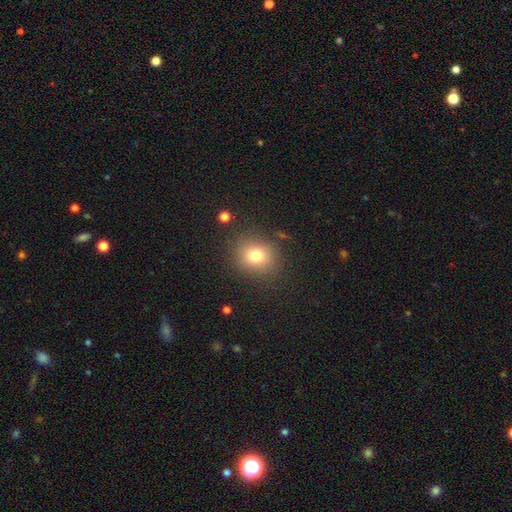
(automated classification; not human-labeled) The model was most divided on "how rounded": round: 74%, in between: 25%, cigar-shaped: 1%. More confident: merging — none (84%); smooth or featured — smooth (76%).